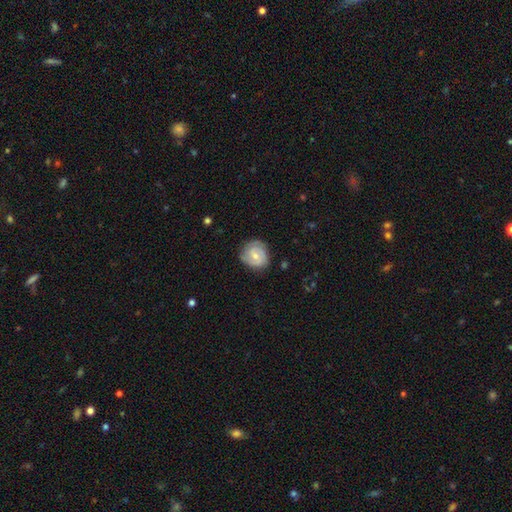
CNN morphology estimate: A featured or disk galaxy (61%) with no bar (48%), 2 (55%) tight (54%) spiral arms (88%) and a small central bulge (49%). Merging: none (73%).